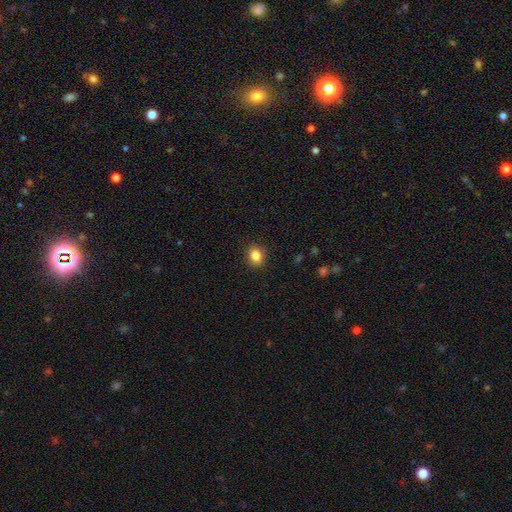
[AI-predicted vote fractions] Smooth or featured: smooth — 85% (star or artifact — 10%)
How rounded: round — 58% (in between — 41%)
Merging: none — 90% (minor disturbance — 7%)